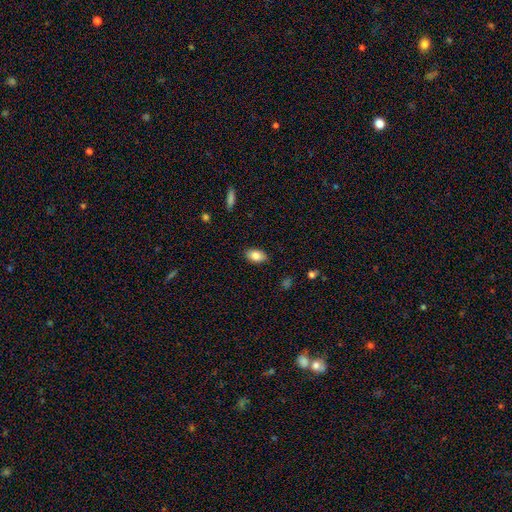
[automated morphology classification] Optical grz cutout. It shows a smooth galaxy with no disk features (83%) that is in between round and cigar-shaped (90%). Merging: none (86%).